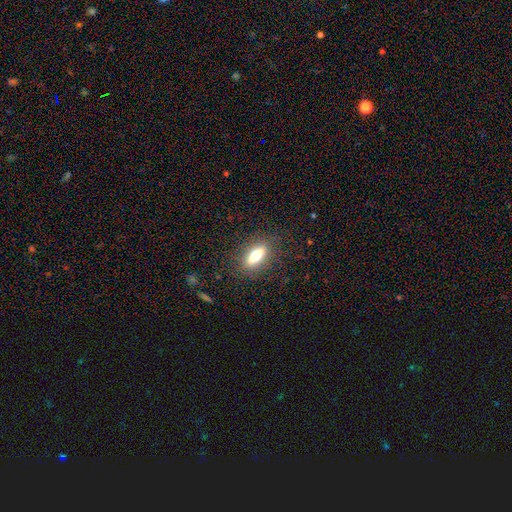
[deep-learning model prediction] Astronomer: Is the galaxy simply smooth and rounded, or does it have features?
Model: smooth — 65%.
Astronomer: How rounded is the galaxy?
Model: in between — 62%.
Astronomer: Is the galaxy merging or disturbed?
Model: none — 84%.